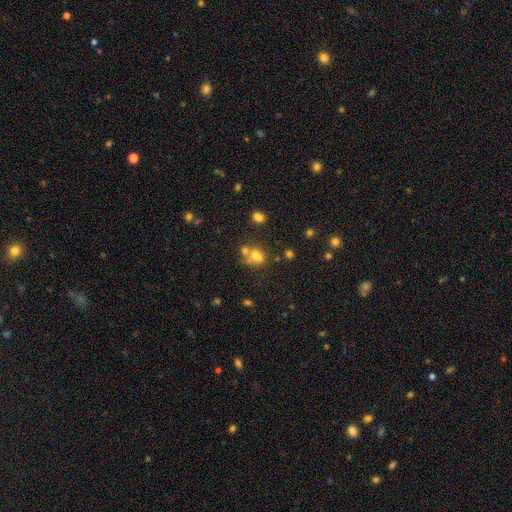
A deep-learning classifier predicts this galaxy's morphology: This is likely a smooth galaxy (64%). How rounded: possibly round (54%). Merging: marginally merger (45%).